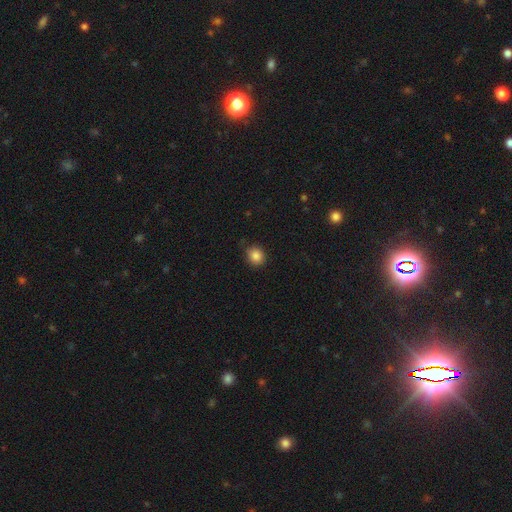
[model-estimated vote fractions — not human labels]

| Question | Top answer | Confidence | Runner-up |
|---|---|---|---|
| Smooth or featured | smooth | 86% | star or artifact (10%) |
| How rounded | round | 79% | in between (20%) |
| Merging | none | 84% | minor disturbance (13%) |